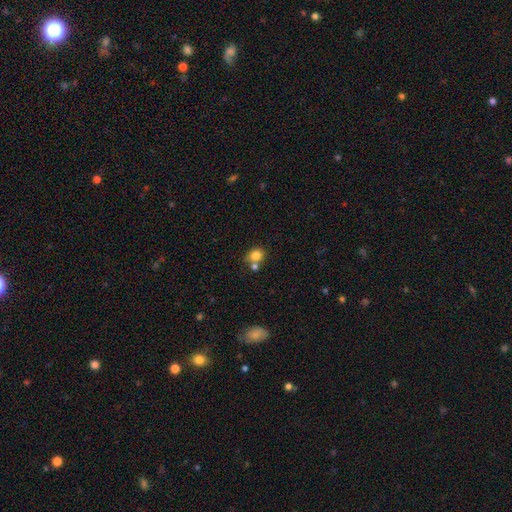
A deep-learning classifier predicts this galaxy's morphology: This appears to be a smooth galaxy with no disk features (80%) that is round (73%). Merging: none (54%).